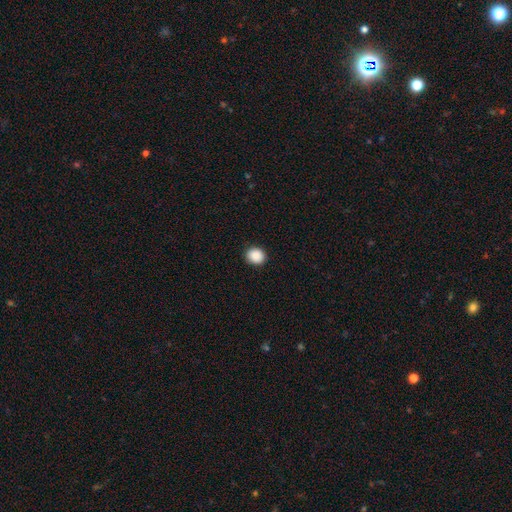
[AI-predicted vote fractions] smooth-or-featured: smooth: 89% | star or artifact: 8% | featured or disk: 2%
  how-rounded: round: 73% | in between: 26% | cigar-shaped: 1%
  merging: none: 90% | minor disturbance: 7% | major disturbance: 2% | merger: 1%